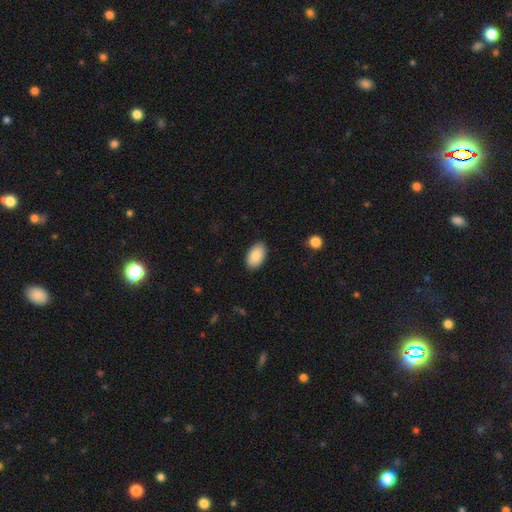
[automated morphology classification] smooth_or_featured: smooth (p=0.87) [alt: featured or disk p=0.07]
how_rounded: in between (p=0.95) [alt: round p=0.04]
merging: none (p=0.88) [alt: minor disturbance p=0.09]